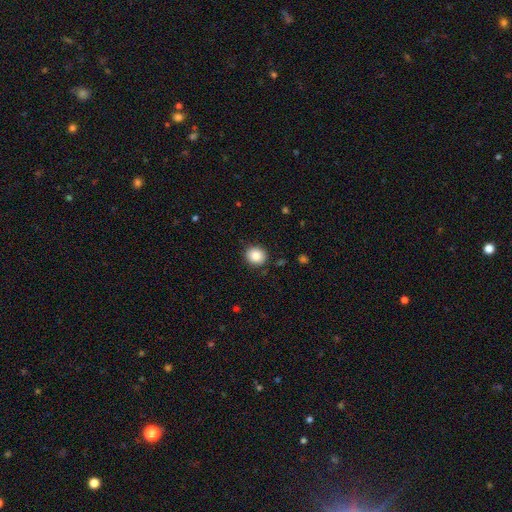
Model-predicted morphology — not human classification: Smooth or featured: smooth — 86% (star or artifact — 9%)
How rounded: round — 81% (in between — 18%)
Merging: none — 89% (minor disturbance — 8%)